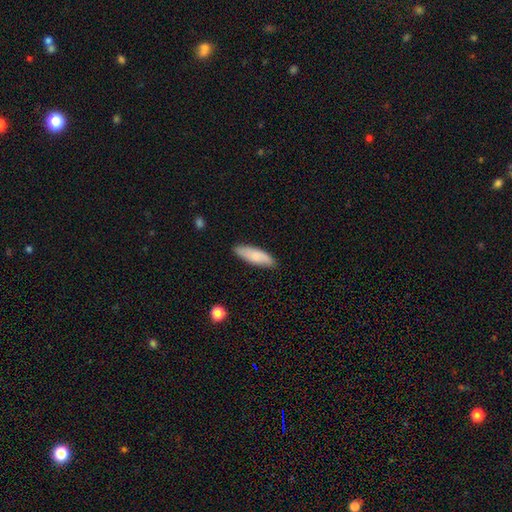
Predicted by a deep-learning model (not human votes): Overall: smooth (81%). How rounded: in between (53%; cigar-shaped 45%). Merging: none (85%).